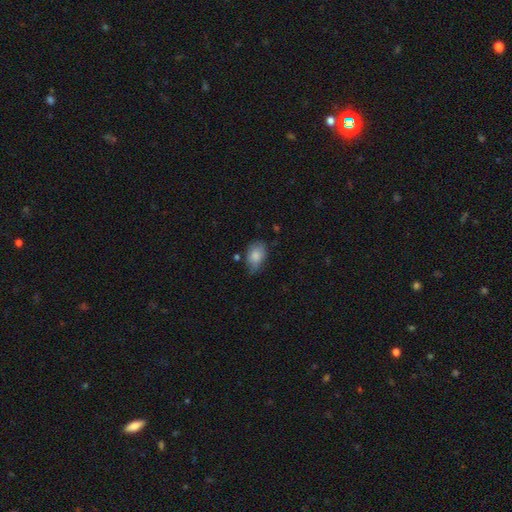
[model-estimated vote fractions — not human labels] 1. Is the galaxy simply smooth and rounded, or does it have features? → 81% smooth, 12% featured or disk, 7% star or artifact.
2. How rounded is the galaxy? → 84% in between, 14% round, 1% cigar-shaped.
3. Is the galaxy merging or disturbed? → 49% none, 38% minor disturbance, 9% major disturbance, 4% merger.